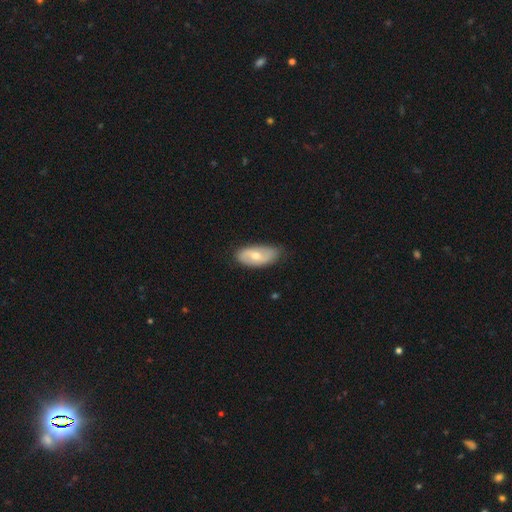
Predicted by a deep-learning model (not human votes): The model was most divided on "smooth or featured": smooth: 52%, featured or disk: 42%, star or artifact: 5%. More confident: how rounded — in between (91%); merging — none (76%).